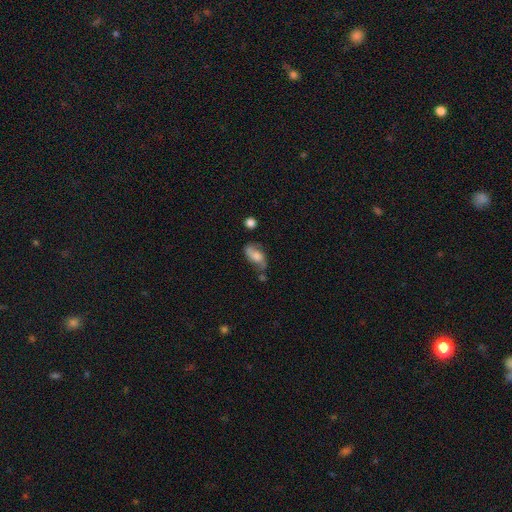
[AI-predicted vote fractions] Smooth or featured? Predicted: smooth (p=0.46). Merging? Predicted: none (p=0.47).